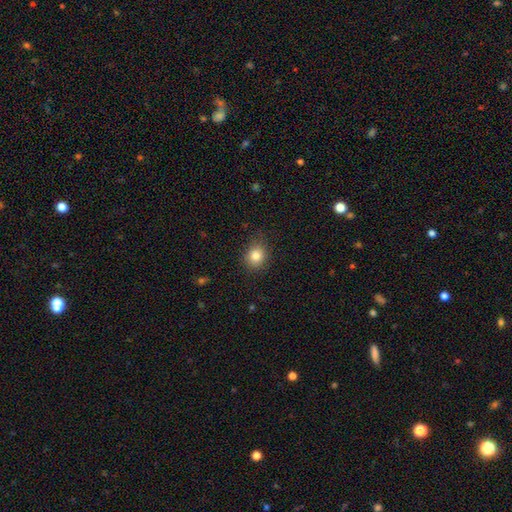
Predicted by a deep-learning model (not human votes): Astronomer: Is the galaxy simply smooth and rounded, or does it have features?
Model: smooth — 83%.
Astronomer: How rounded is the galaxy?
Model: round — 74%.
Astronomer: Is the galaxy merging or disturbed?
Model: none — 82%.